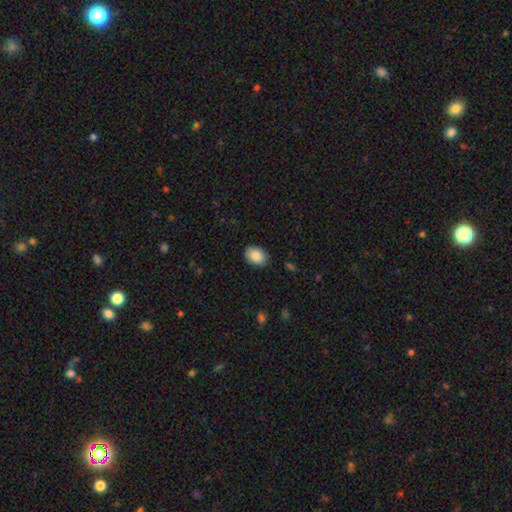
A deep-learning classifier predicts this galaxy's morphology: Smooth or featured? Predicted: smooth (p=0.89). How rounded? Predicted: in between (p=0.81). Merging? Predicted: none (p=0.87).